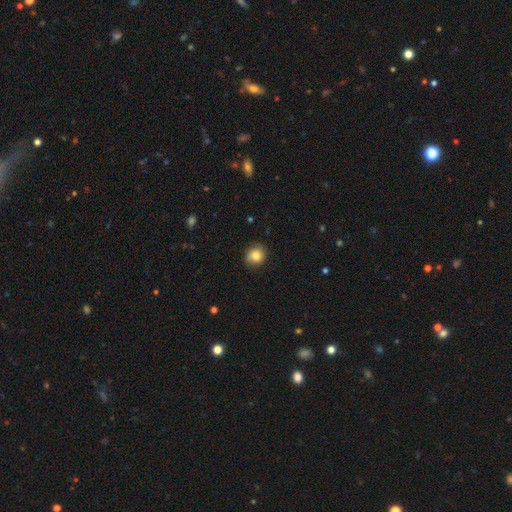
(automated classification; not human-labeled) This appears to be a smooth galaxy with no disk features (83%) that is round (77%). Merging: none (81%).